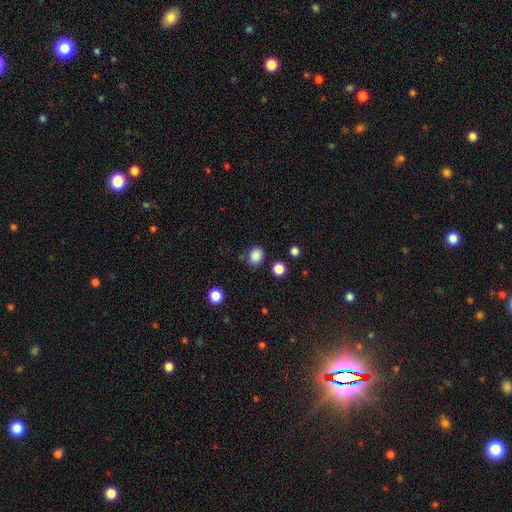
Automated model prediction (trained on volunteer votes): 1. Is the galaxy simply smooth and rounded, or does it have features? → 85% smooth, 11% star or artifact, 4% featured or disk.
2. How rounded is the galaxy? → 55% round, 44% in between, 1% cigar-shaped.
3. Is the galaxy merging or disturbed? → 79% none, 13% minor disturbance, 4% merger, 4% major disturbance.